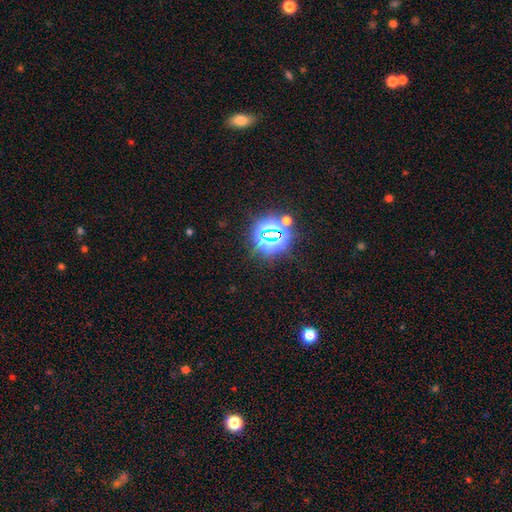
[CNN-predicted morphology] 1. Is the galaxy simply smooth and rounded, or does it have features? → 78% star or artifact, 15% smooth, 6% featured or disk.